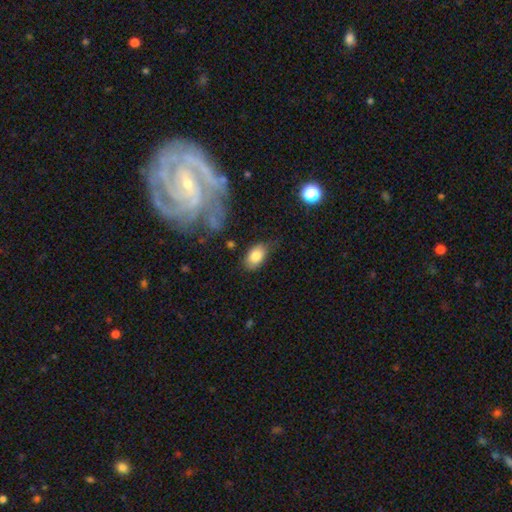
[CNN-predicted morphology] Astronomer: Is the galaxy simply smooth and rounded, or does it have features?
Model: smooth — 82%.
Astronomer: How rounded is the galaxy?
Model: in between — 90%.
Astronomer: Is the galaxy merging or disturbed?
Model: none — 72%.